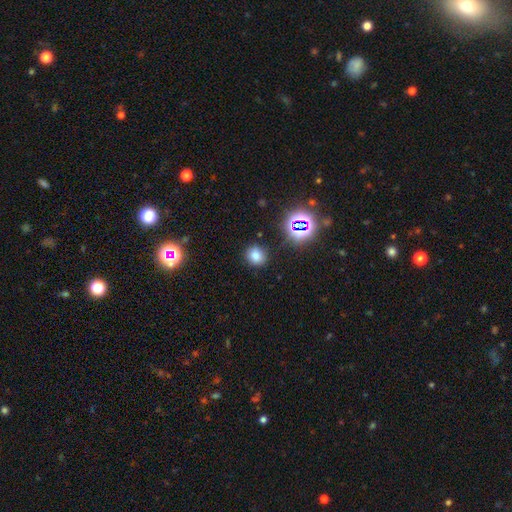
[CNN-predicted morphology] This appears to be a smooth galaxy with no disk features (74%) that is round (73%). Merging: none (84%).